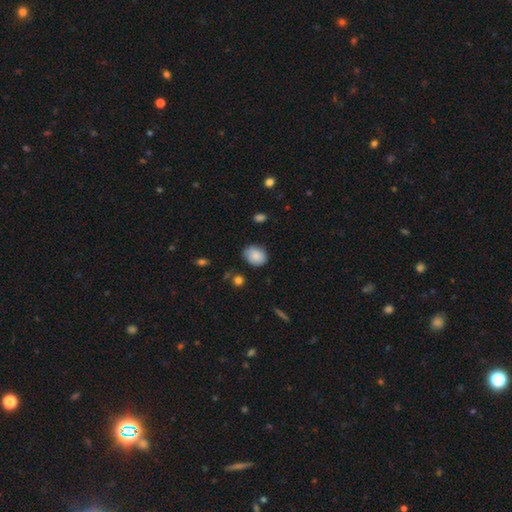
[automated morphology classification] Q: Smooth or featured?
A: smooth (87%); runner-up: star or artifact (7%)
Q: How rounded?
A: in between (56%); runner-up: round (43%)
Q: Merging?
A: none (78%); runner-up: minor disturbance (17%)